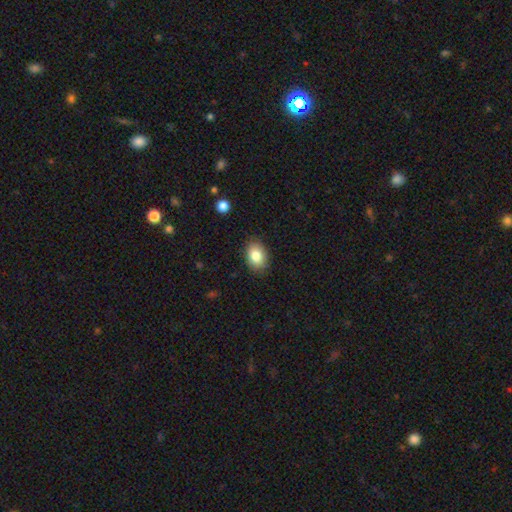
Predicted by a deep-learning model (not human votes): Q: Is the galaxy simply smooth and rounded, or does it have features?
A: smooth — 84%.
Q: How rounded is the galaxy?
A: in between — 79%.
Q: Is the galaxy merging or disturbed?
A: none — 85%.